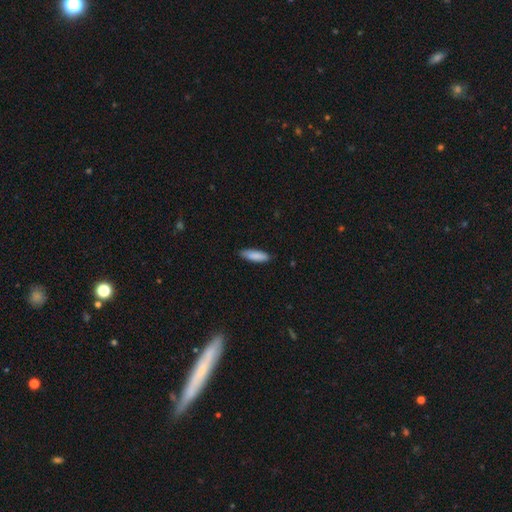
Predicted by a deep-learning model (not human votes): This is clearly a smooth galaxy (87%). How rounded: possibly cigar-shaped (54%). Merging: clearly none (84%).